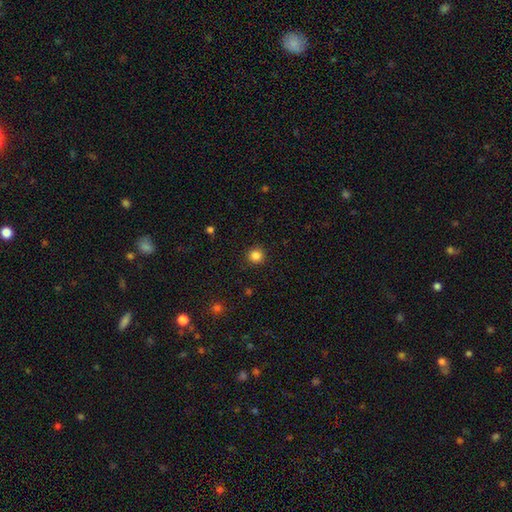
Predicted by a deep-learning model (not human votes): The model was most divided on "smooth or featured": smooth: 84%, star or artifact: 12%, featured or disk: 4%. More confident: how rounded — round (94%); merging — none (91%).